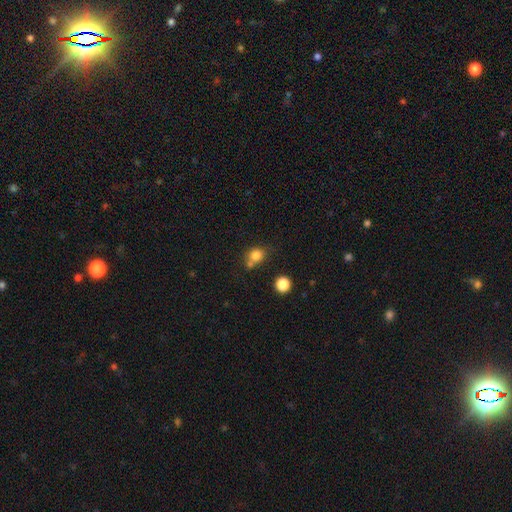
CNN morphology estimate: Smooth or featured?
  - smooth: 80% *
  - star or artifact: 12%
  - featured or disk: 8%
How rounded?
  - round: 71% *
  - in between: 28%
  - cigar-shaped: 1%
Merging?
  - none: 52% *
  - merger: 27%
  - minor disturbance: 15%
  - major disturbance: 6%